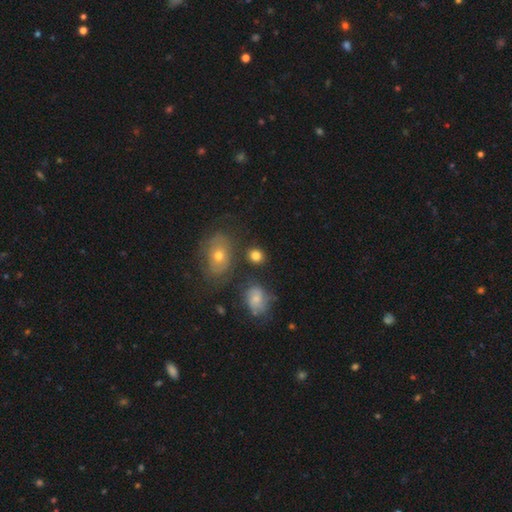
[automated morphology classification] Smooth or featured?
  - smooth: 79% *
  - star or artifact: 11%
  - featured or disk: 10%
How rounded?
  - round: 68% *
  - in between: 31%
  - cigar-shaped: 1%
Merging?
  - none: 76% *
  - minor disturbance: 12%
  - merger: 7%
  - major disturbance: 5%